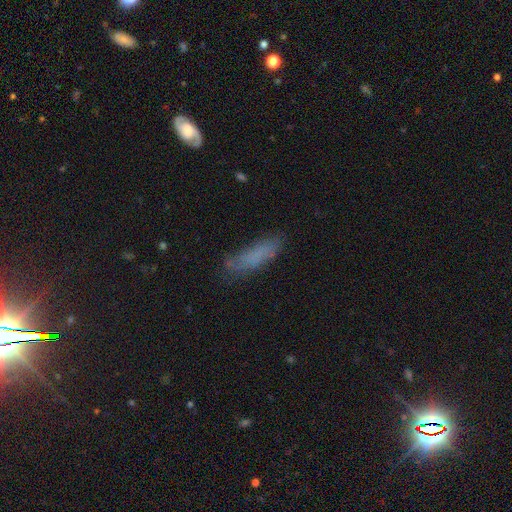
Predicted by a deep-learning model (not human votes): smooth_or_featured: smooth (p=0.68) [alt: featured or disk p=0.22]
how_rounded: cigar-shaped (p=0.59) [alt: in between p=0.39]
merging: none (p=0.64) [alt: minor disturbance p=0.24]